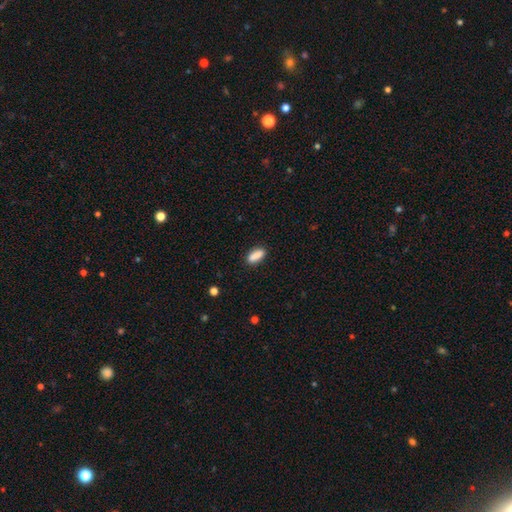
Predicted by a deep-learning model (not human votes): Morphology: type=smooth (88%); roundness=in between (71%); merging=none (85%).